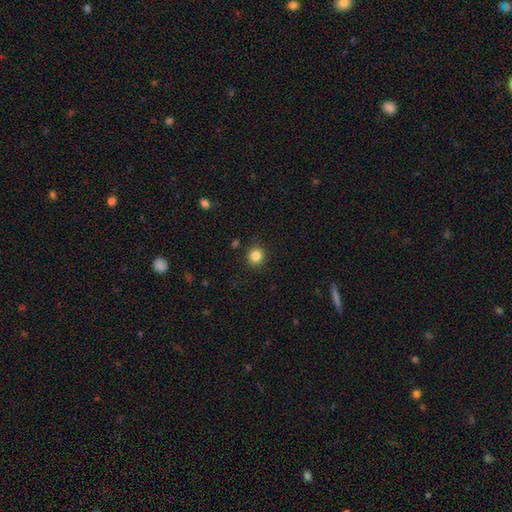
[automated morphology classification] Smooth or featured? Predicted: smooth (p=0.85). How rounded? Predicted: round (p=0.92). Merging? Predicted: none (p=0.90).